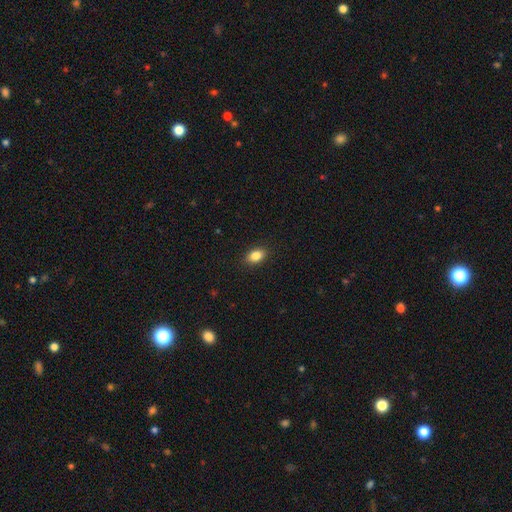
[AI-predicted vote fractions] Morphology: type=smooth (85%); roundness=in between (85%); merging=none (89%).